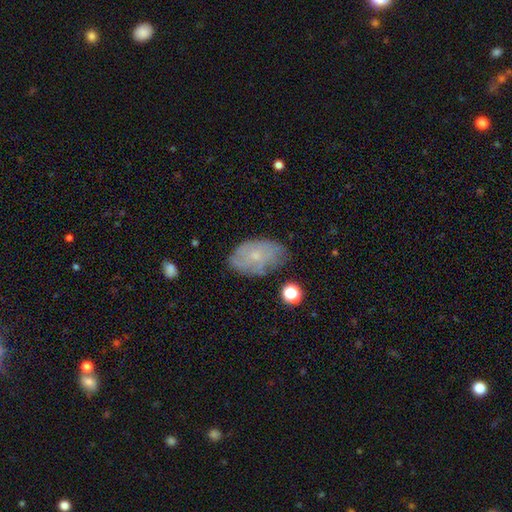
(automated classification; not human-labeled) This appears to be a featured or disk galaxy (48%). Merging: none (66%).